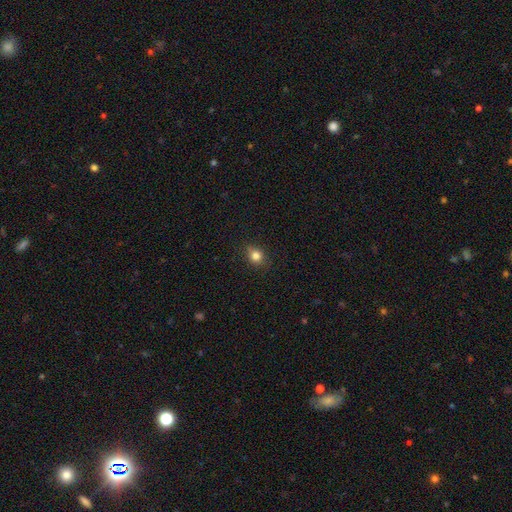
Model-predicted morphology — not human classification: smooth-or-featured: smooth: 82% | star or artifact: 12% | featured or disk: 6%
  how-rounded: round: 70% | in between: 28% | cigar-shaped: 1%
  merging: none: 82% | minor disturbance: 14% | major disturbance: 3% | merger: 1%